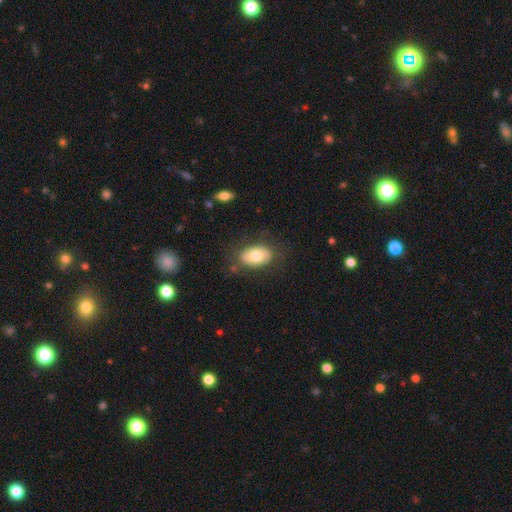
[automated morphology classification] Smooth or featured? smooth (76%)
How rounded? in between (90%)
Merging? none (78%)